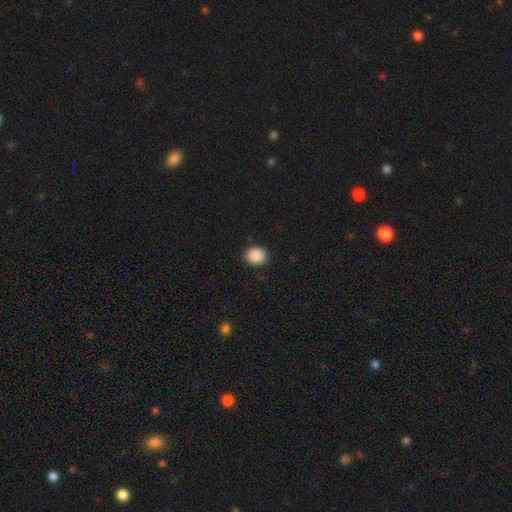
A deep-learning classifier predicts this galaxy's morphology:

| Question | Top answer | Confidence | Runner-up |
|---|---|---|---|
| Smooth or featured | smooth | 89% | star or artifact (8%) |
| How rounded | round | 66% | in between (33%) |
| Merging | none | 89% | minor disturbance (8%) |